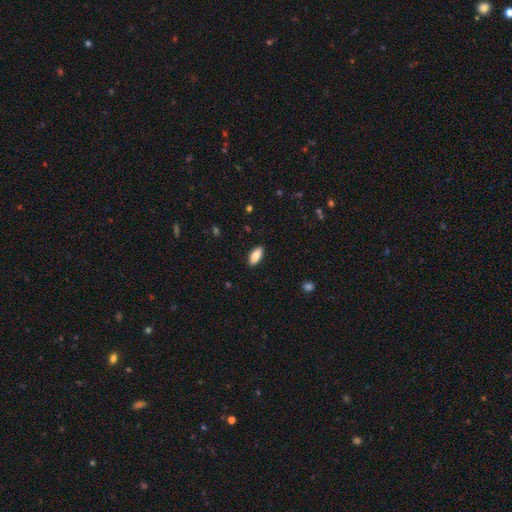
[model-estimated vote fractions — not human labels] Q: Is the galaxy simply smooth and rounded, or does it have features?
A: smooth — 85%.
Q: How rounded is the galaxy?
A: in between — 85%.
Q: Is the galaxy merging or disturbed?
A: none — 89%.